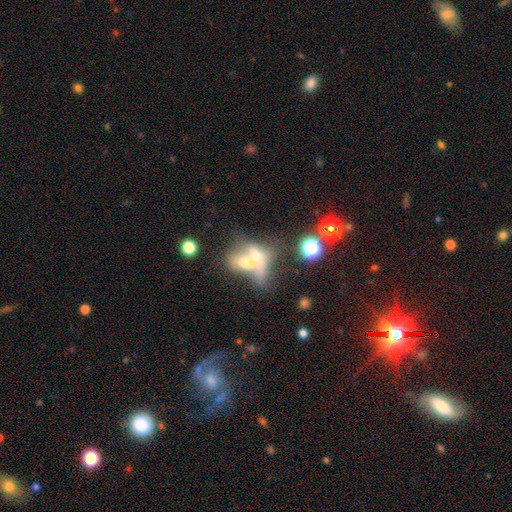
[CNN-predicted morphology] The model was most divided on "smooth or featured": smooth: 49%, featured or disk: 38%, star or artifact: 14%. More confident: merging — merger (68%).